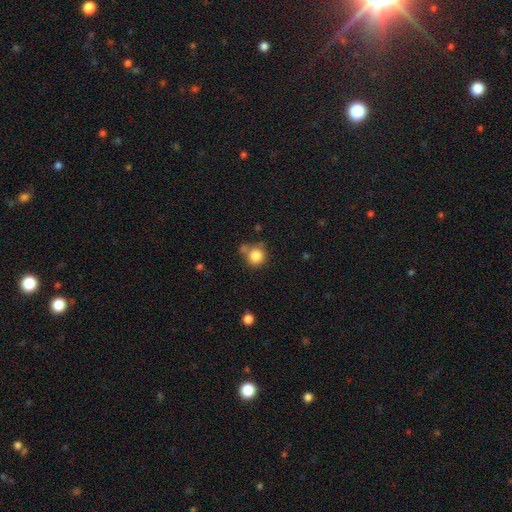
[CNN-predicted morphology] This is clearly a smooth galaxy (83%). How rounded: clearly round (89%). Merging: likely none (64%).